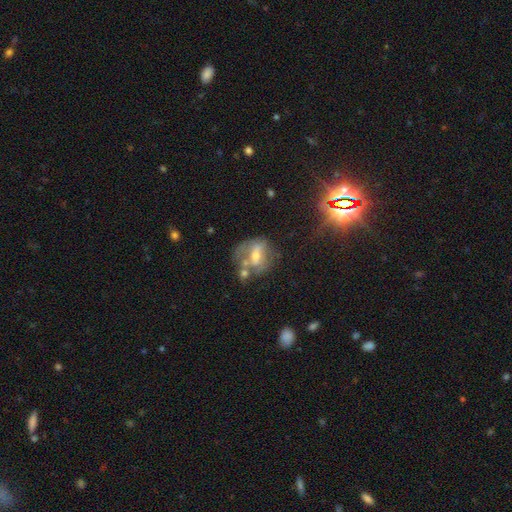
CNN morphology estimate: smooth_or_featured: featured or disk (p=0.54) [alt: smooth p=0.34]
disk_edge_on: no (p=0.94) [alt: yes p=0.06]
bar: no (p=0.45) [alt: weak p=0.36]
has_spiral_arms: no (p=0.67) [alt: yes p=0.33]
bulge_size: moderate (p=0.54) [alt: small p=0.33]
merging: none (p=0.35) [alt: merger p=0.27]